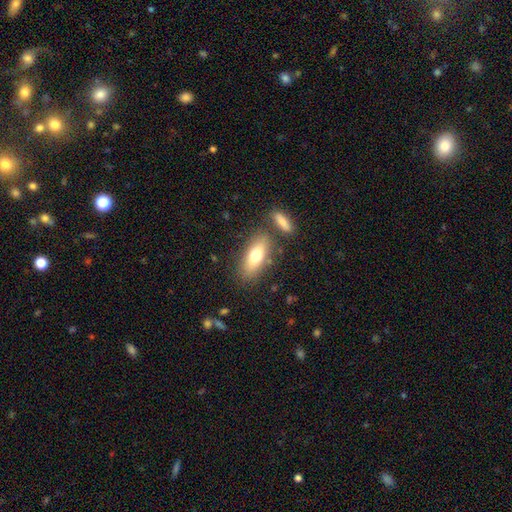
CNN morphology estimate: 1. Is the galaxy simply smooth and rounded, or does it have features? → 73% smooth, 20% featured or disk, 7% star or artifact.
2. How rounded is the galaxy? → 77% in between, 19% cigar-shaped, 4% round.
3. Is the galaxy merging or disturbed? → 74% none, 12% minor disturbance, 10% merger, 4% major disturbance.